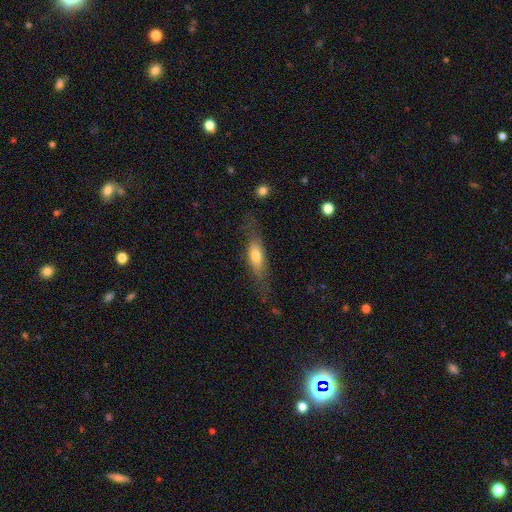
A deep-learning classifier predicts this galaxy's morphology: smooth-or-featured: smooth: 61% | featured or disk: 32% | star or artifact: 7%
  how-rounded: cigar-shaped: 51% | in between: 46% | round: 3%
  merging: none: 68% | minor disturbance: 21% | major disturbance: 10% | merger: 2%